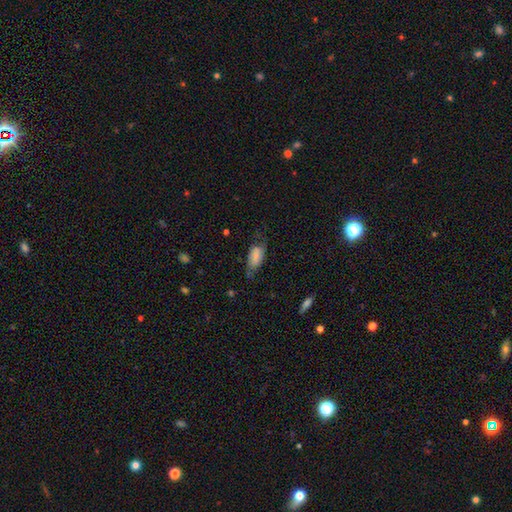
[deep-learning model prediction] smooth-or-featured: smooth: 72% | featured or disk: 20% | star or artifact: 7%
  how-rounded: in between: 89% | cigar-shaped: 7% | round: 4%
  merging: none: 47% | minor disturbance: 32% | major disturbance: 18% | merger: 2%